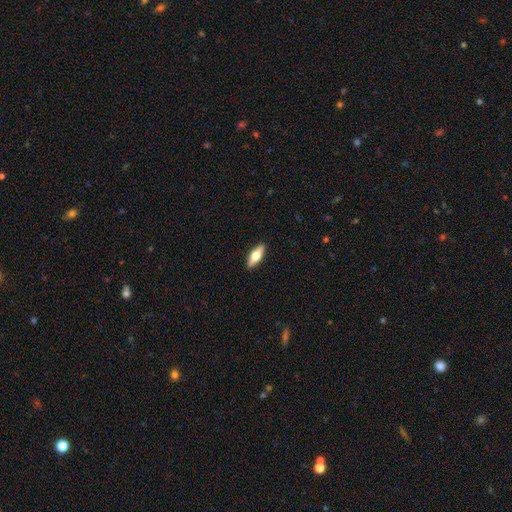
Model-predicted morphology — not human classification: Overall: smooth (58%; featured or disk 37%). How rounded: in between (61%; cigar-shaped 36%). Merging: none (90%).